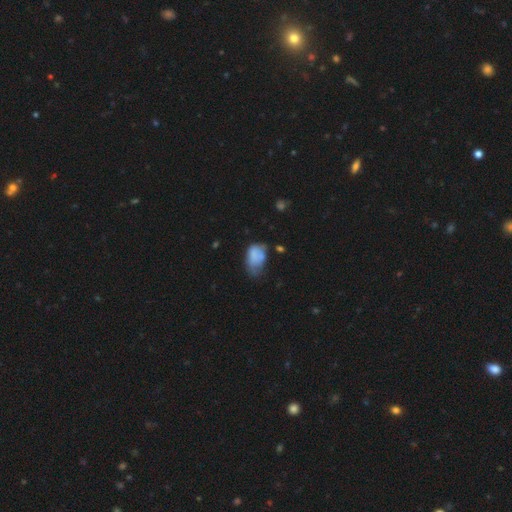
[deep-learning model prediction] smooth 72%, featured or disk 18%, star or artifact 10%. Down the decision tree: how rounded — in between (87%); merging — minor disturbance (41%).